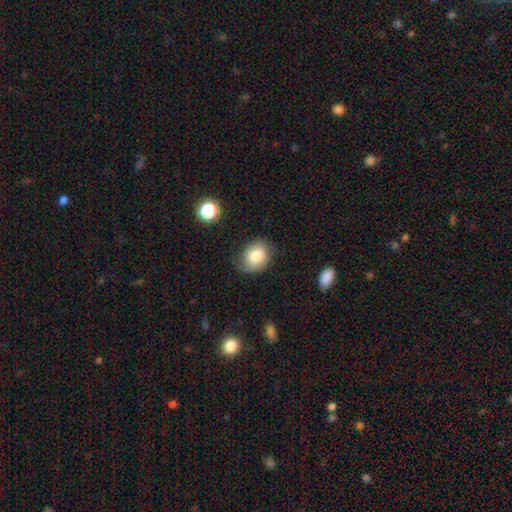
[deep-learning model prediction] Smooth or featured? smooth (69%)
How rounded? in between (63%)
Merging? none (63%)